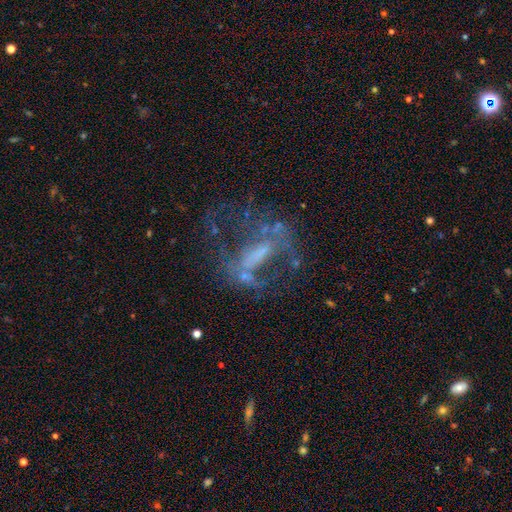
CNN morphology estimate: smooth-or-featured: featured or disk: 68% | star or artifact: 18% | smooth: 14%
  disk-edge-on: no: 91% | yes: 9%
    bar: strong: 40% | weak: 31% | no: 30%
    has-spiral-arms: no: 56% | yes: 44%
    bulge-size: none: 45% | small: 27% | moderate: 21% | large: 6% | dominant: 2%
  merging: none: 48% | major disturbance: 31% | minor disturbance: 15% | merger: 6%